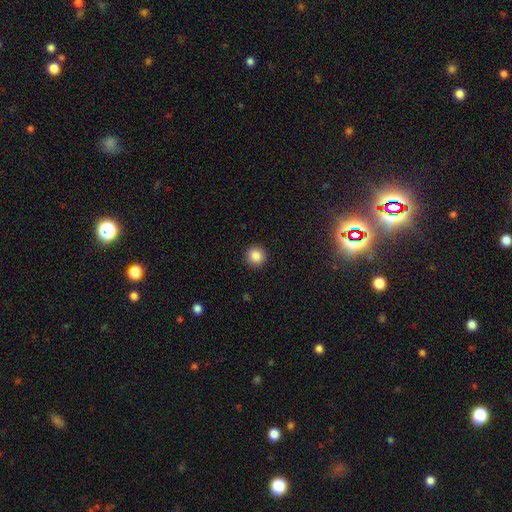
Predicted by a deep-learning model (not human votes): A smooth galaxy with no disk features (86%) that is round (95%). Merging: none (93%).